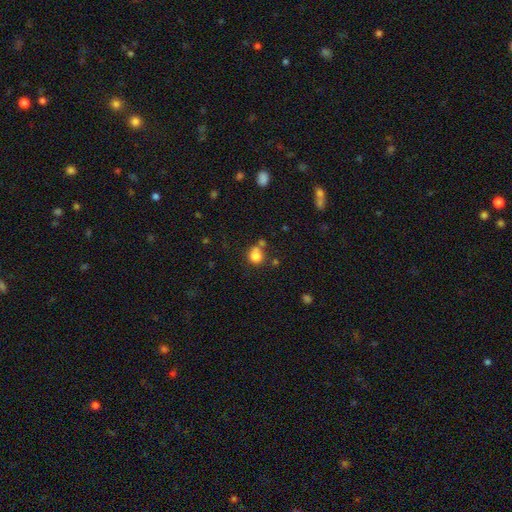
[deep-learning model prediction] This is clearly a smooth galaxy (80%). How rounded: clearly round (82%). Merging: possibly none (54%).